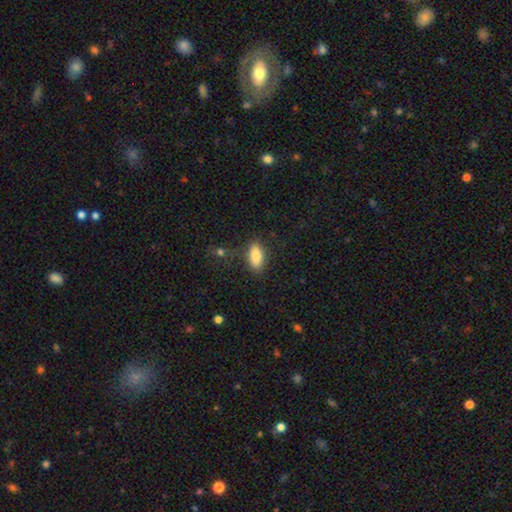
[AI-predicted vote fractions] Q: Smooth or featured?
A: smooth (84%); runner-up: featured or disk (8%)
Q: How rounded?
A: in between (84%); runner-up: cigar-shaped (14%)
Q: Merging?
A: none (81%); runner-up: minor disturbance (12%)